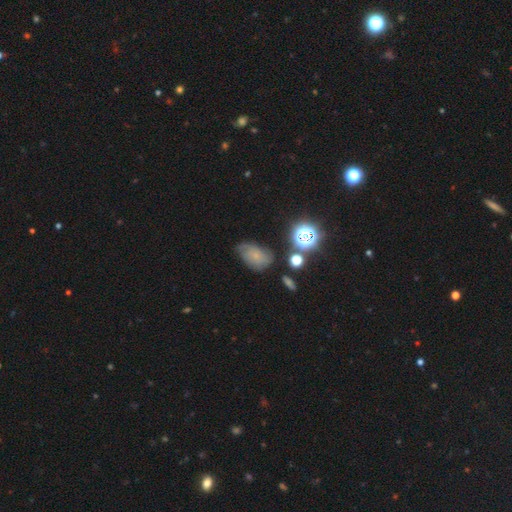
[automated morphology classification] smooth_or_featured: smooth (p=0.45) [alt: featured or disk p=0.32]
merging: none (p=0.55) [alt: minor disturbance p=0.30]